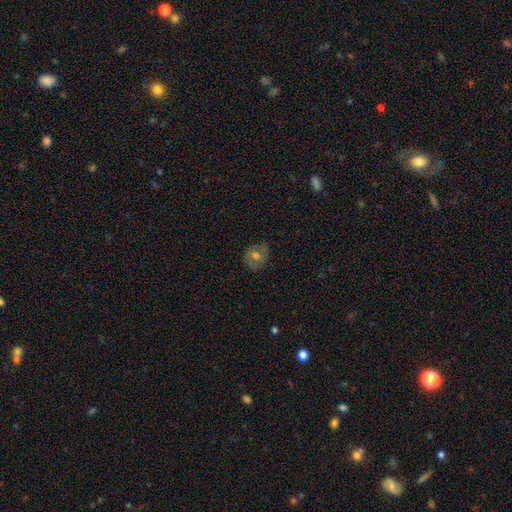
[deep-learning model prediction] Q: Smooth or featured?
A: smooth (52%); runner-up: featured or disk (36%)
Q: How rounded?
A: round (71%); runner-up: in between (28%)
Q: Merging?
A: none (77%); runner-up: minor disturbance (16%)